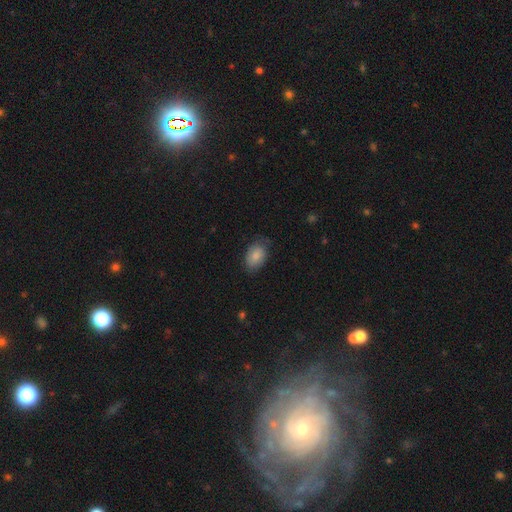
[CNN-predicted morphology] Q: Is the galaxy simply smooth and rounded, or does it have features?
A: smooth — 83%.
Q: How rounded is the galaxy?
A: in between — 84%.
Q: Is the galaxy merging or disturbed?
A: none — 71%.